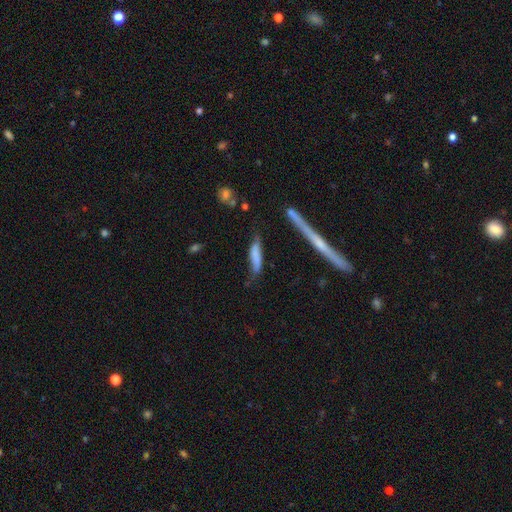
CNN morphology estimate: The model was most divided on "merging": none: 52%, minor disturbance: 30%, major disturbance: 11%, merger: 7%. More confident: how rounded — cigar-shaped (69%); smooth or featured — smooth (66%).